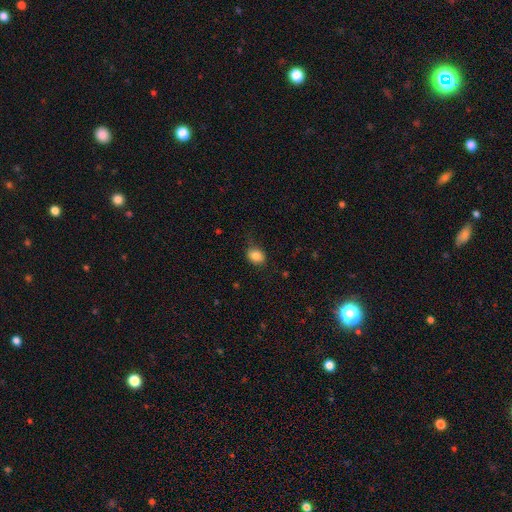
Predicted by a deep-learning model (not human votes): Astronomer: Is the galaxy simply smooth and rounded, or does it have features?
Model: smooth — 85%.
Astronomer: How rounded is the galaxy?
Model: in between — 56% (runner-up: round, 43%).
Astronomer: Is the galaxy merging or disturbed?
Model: none — 68%.